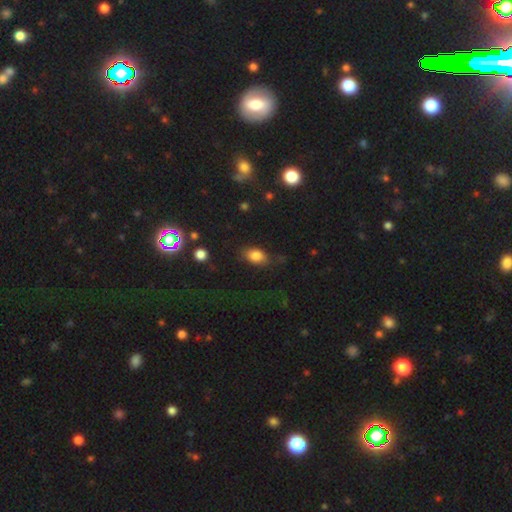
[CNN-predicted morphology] A smooth galaxy with no disk features (81%) that is in between round and cigar-shaped (84%).

Vote fractions:
- Smooth or featured? smooth: 81% / star or artifact: 10% / featured or disk: 9%
- How rounded? in between: 84% / round: 13% / cigar-shaped: 3%
- Merging? none: 70% / minor disturbance: 21% / major disturbance: 7% / merger: 2%